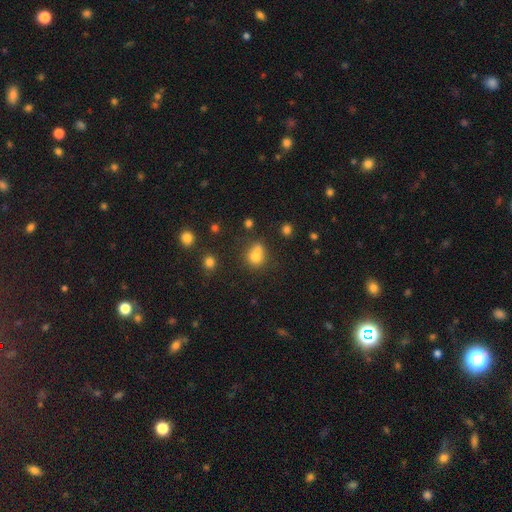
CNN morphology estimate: Smooth or featured: smooth — 74% (star or artifact — 14%)
How rounded: round — 64% (in between — 34%)
Merging: merger — 41% (none — 37%)